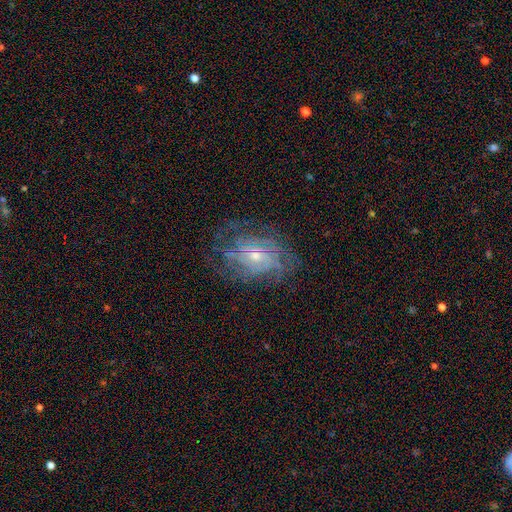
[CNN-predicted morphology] Smooth or featured?
  - featured or disk: 79% *
  - smooth: 13%
  - star or artifact: 9%
Edge-on disk?
  - no: 96% *
  - yes: 4%
Bar?
  - no: 61% *
  - weak: 33%
  - strong: 6%
Spiral arms?
  - yes: 88% *
  - no: 12%
Spiral winding?
  - tight: 59% *
  - medium: 30%
  - loose: 11%
Spiral arm count?
  - can't tell: 52% *
  - 2: 13%
  - 4: 12%
  - 3: 11%
  - more than 4: 7%
  - 1: 5%
Bulge size?
  - small: 58% *
  - moderate: 37%
  - large: 2%
  - none: 2%
  - dominant: 1%
Merging?
  - none: 68% *
  - minor disturbance: 19%
  - major disturbance: 12%
  - merger: 1%